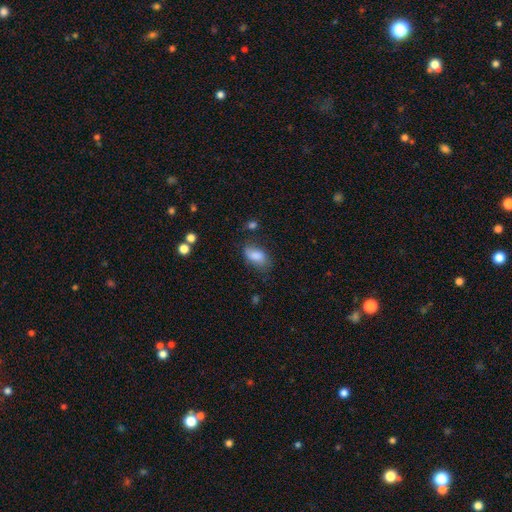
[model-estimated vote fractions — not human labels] smooth-or-featured: smooth: 81% | featured or disk: 11% | star or artifact: 8%
  how-rounded: in between: 91% | round: 6% | cigar-shaped: 3%
  merging: none: 56% | minor disturbance: 29% | major disturbance: 11% | merger: 3%